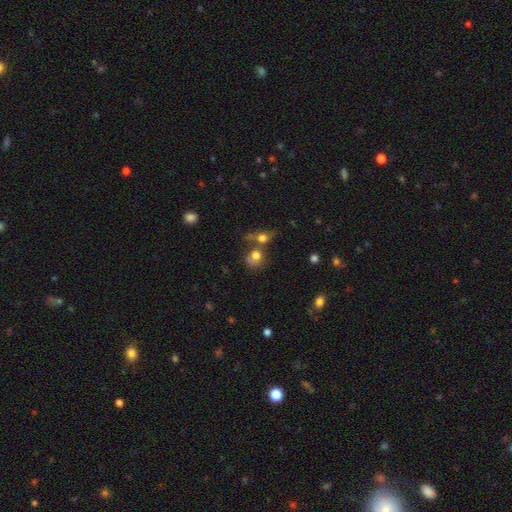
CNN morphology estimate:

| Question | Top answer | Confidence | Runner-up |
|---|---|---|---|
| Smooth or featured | smooth | 73% | featured or disk (14%) |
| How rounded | round | 71% | in between (27%) |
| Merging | merger | 45% | none (35%) |